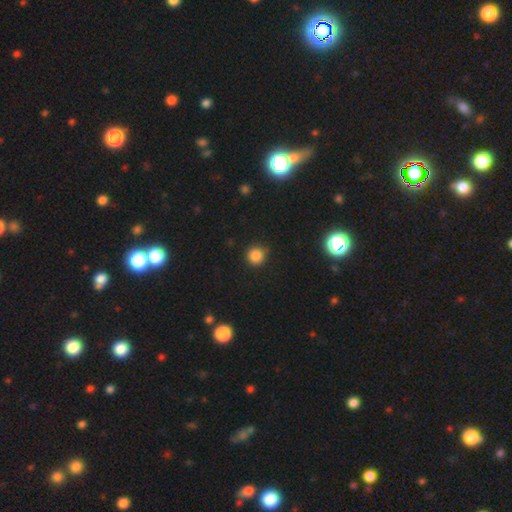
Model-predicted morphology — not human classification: Smooth or featured?
  - smooth: 83% *
  - star or artifact: 14%
  - featured or disk: 4%
How rounded?
  - round: 95% *
  - in between: 5%
  - cigar-shaped: 1%
Merging?
  - none: 87% *
  - minor disturbance: 9%
  - major disturbance: 2%
  - merger: 1%